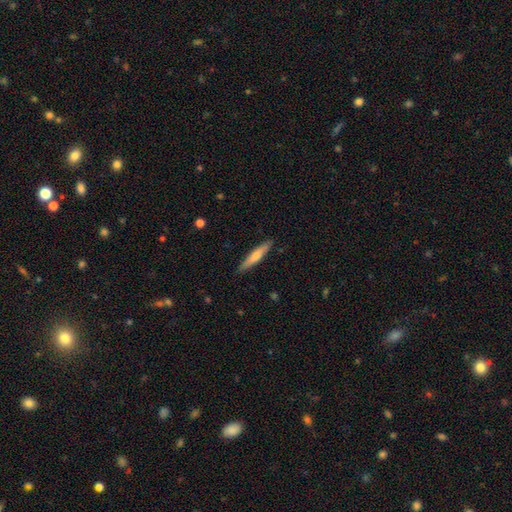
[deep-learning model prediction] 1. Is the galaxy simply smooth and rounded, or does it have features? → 58% smooth, 36% featured or disk, 5% star or artifact.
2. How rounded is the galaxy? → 92% cigar-shaped, 7% in between, 1% round.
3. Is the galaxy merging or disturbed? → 90% none, 8% minor disturbance, 1% major disturbance, 1% merger.